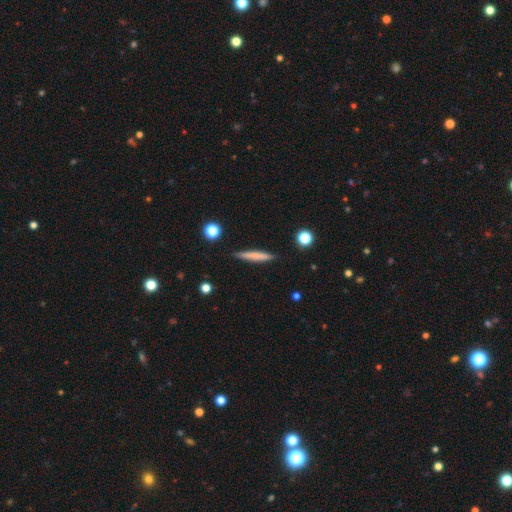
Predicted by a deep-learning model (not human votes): smooth 69%, featured or disk 25%, star or artifact 6%. Down the decision tree: how rounded — cigar-shaped (93%); merging — none (88%).